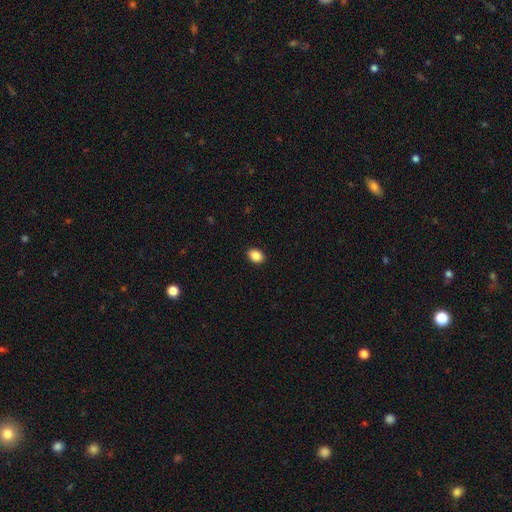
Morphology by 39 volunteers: A smooth galaxy with no disk features (92%) that is in between round and cigar-shaped (67%).

Vote fractions:
- Smooth or featured? smooth: 92% / star or artifact: 5% / featured or disk: 3%
- How rounded? in between: 67% / round: 33% / cigar-shaped: 0%
- Merging? none: 97% / major disturbance: 3% / minor disturbance: 0% / merger: 0%